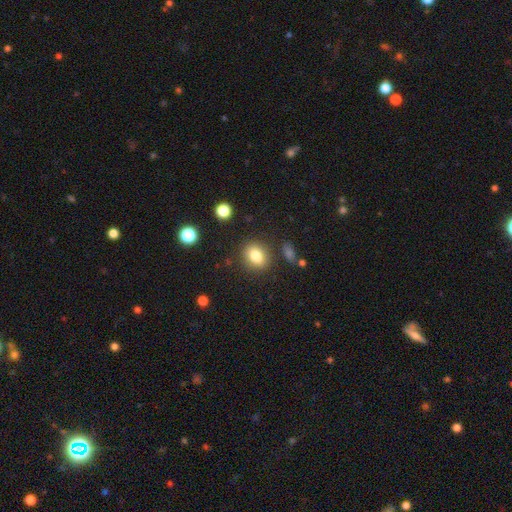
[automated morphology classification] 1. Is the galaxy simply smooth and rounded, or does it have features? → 81% smooth, 10% star or artifact, 9% featured or disk.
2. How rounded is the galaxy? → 50% in between, 48% round, 1% cigar-shaped.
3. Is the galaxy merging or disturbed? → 83% none, 10% minor disturbance, 3% major disturbance, 3% merger.